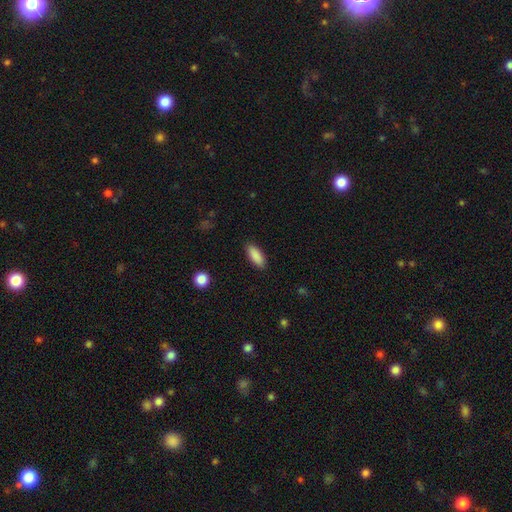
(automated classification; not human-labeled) Smooth or featured? smooth (89%)
How rounded? in between (78%)
Merging? none (89%)